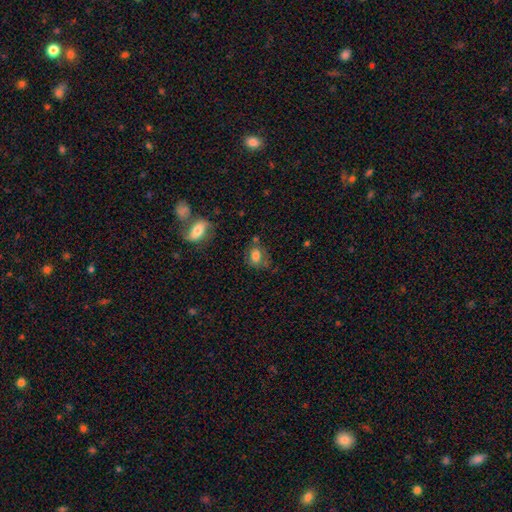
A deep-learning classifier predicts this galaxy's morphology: This appears to be a smooth galaxy with no disk features (72%) that is in between round and cigar-shaped (65%). Merging: none (54%).